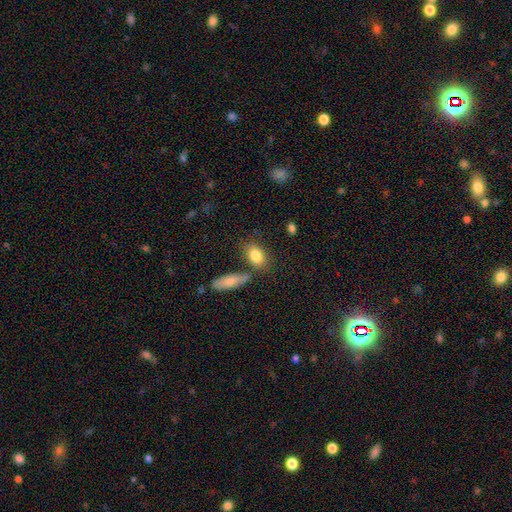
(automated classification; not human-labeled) Overall: smooth (83%). How rounded: in between (83%). Merging: none (66%).